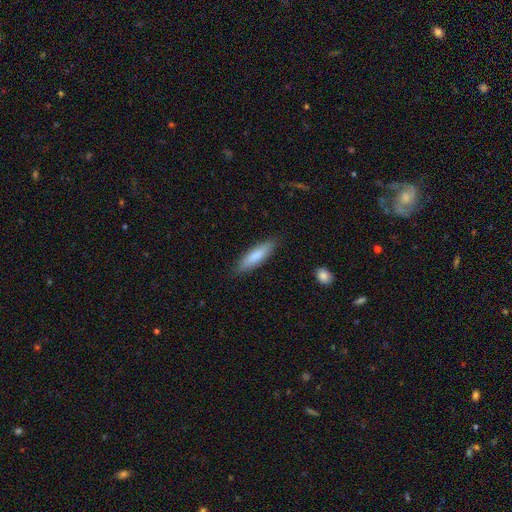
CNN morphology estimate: smooth_or_featured: smooth (p=0.80) [alt: featured or disk p=0.14]
how_rounded: cigar-shaped (p=0.68) [alt: in between p=0.30]
merging: none (p=0.86) [alt: minor disturbance p=0.11]